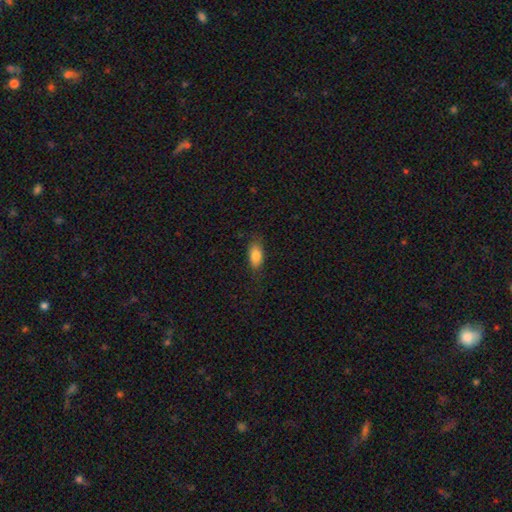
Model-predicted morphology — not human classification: A smooth galaxy with no disk features (84%) that is in between round and cigar-shaped (87%).

Vote fractions:
- Smooth or featured? smooth: 84% / featured or disk: 8% / star or artifact: 7%
- How rounded? in between: 87% / cigar-shaped: 9% / round: 3%
- Merging? none: 78% / minor disturbance: 17% / major disturbance: 5% / merger: 1%